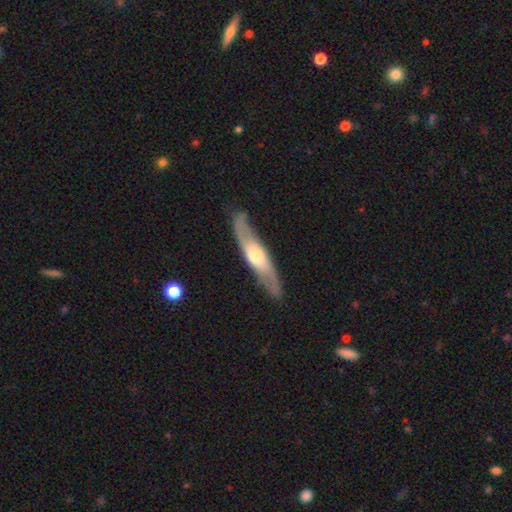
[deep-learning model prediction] Smooth or featured: featured or disk — 67% (smooth — 29%)
Edge-on disk: yes — 52% (no — 48%)
Merging: none — 82% (minor disturbance — 12%)